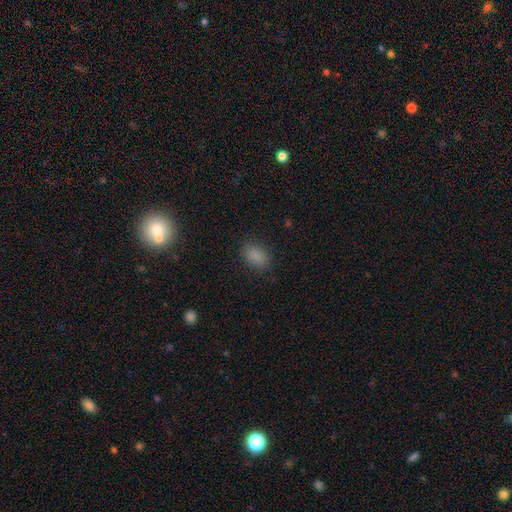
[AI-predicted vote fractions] A smooth galaxy with no disk features (85%) that is in between round and cigar-shaped (83%). Merging: none (84%).